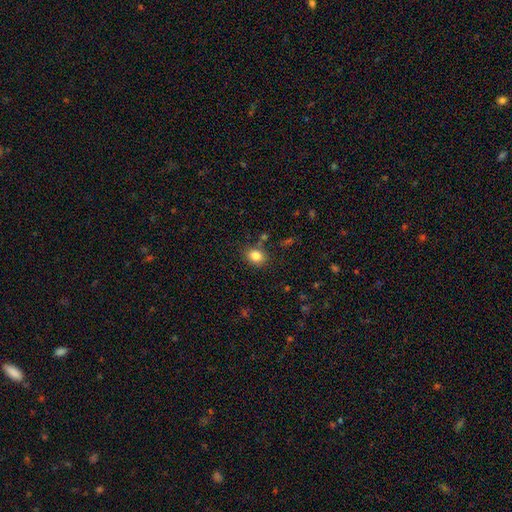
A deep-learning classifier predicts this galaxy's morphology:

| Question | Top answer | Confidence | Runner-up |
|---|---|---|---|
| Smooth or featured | smooth | 82% | star or artifact (11%) |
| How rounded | in between | 50% | round (49%) |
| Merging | none | 81% | minor disturbance (12%) |